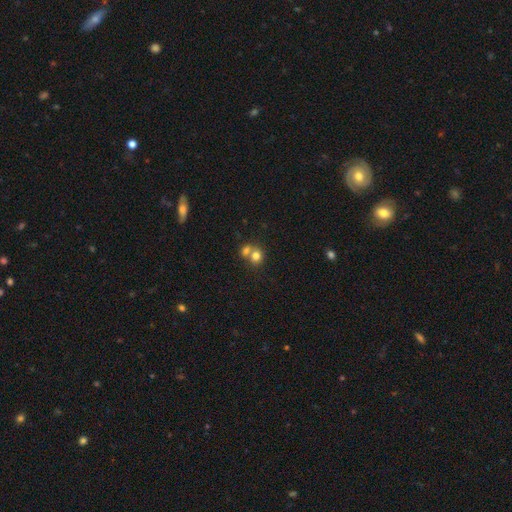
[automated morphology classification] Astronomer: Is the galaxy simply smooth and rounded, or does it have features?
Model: smooth — 76%.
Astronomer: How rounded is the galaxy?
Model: round — 74%.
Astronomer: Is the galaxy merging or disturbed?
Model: merger — 57% (runner-up: none, 34%).